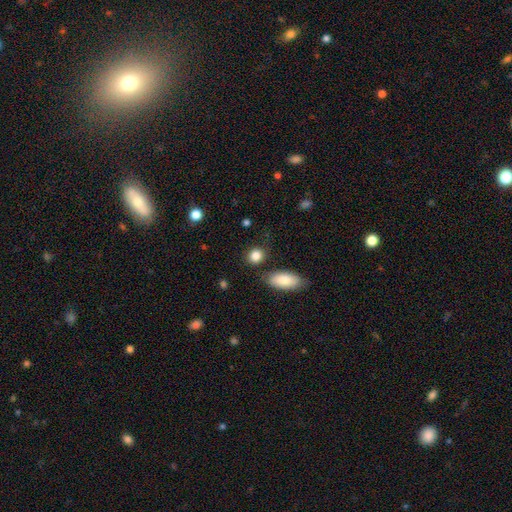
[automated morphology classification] This is clearly a smooth galaxy (87%). How rounded: likely round (69%). Merging: likely none (79%).